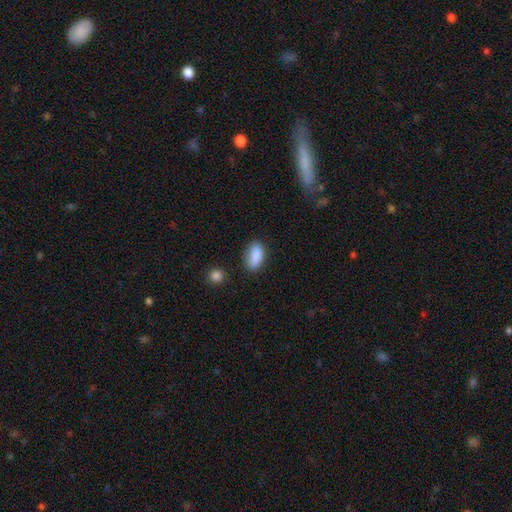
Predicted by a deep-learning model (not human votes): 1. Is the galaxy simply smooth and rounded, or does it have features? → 88% smooth, 7% star or artifact, 5% featured or disk.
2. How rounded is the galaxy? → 90% in between, 5% cigar-shaped, 5% round.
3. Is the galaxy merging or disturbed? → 75% none, 18% minor disturbance, 4% major disturbance, 4% merger.